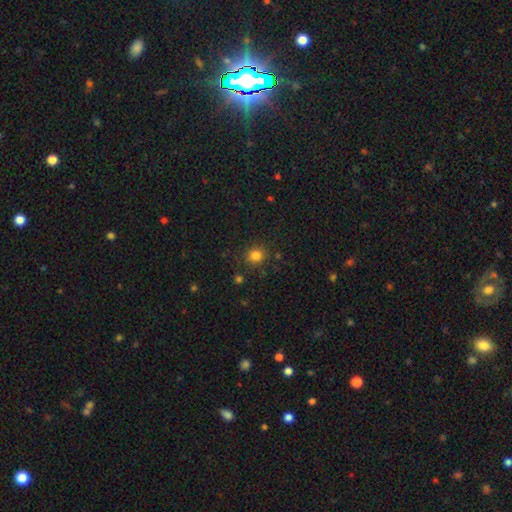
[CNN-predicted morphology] Q: Smooth or featured?
A: smooth (82%); runner-up: star or artifact (13%)
Q: How rounded?
A: round (87%); runner-up: in between (12%)
Q: Merging?
A: none (87%); runner-up: minor disturbance (8%)